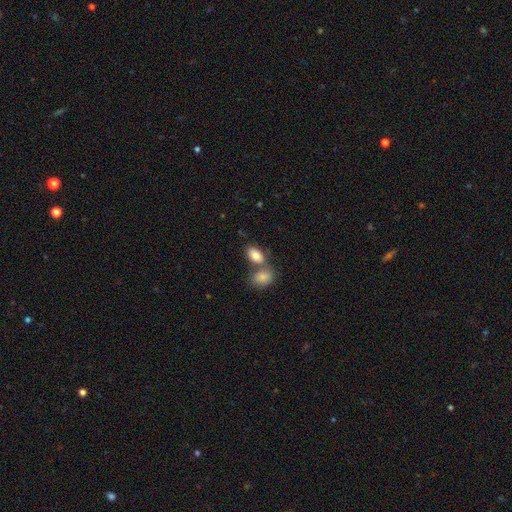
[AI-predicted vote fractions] Overall: smooth (85%). How rounded: in between (90%). Merging: merger (46%; none 41%).